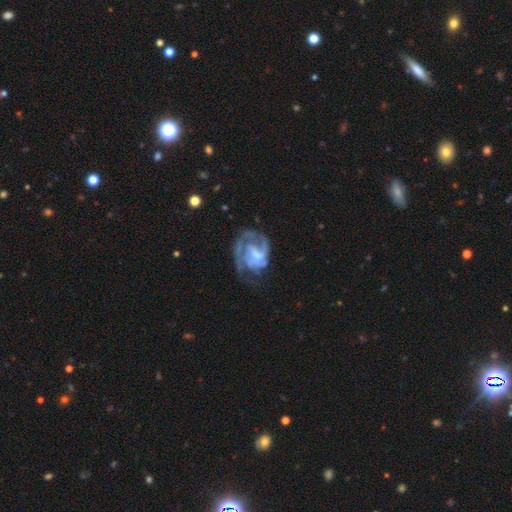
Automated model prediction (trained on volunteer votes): A featured or disk galaxy (77%) with no bar (48%), tight (43%) spiral arms (80%) and a small central bulge (32%). Merging: none (40%).